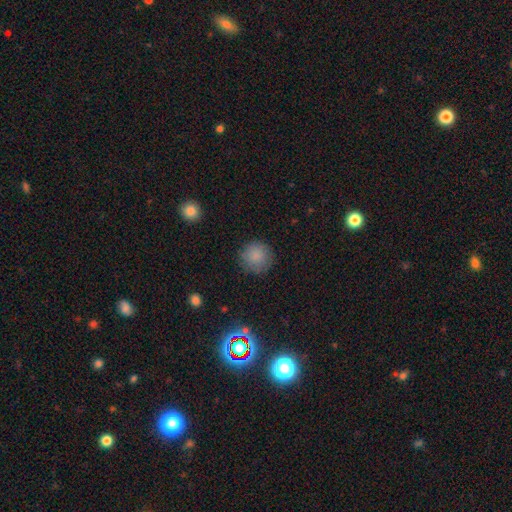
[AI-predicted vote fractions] Smooth or featured? Predicted: smooth (p=0.85). How rounded? Predicted: round (p=0.94). Merging? Predicted: none (p=0.86).